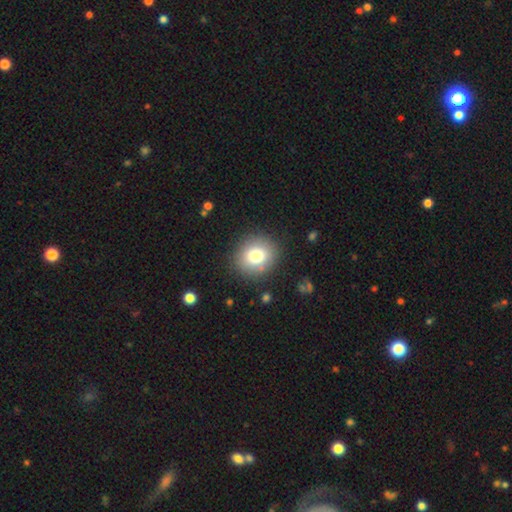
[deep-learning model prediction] A smooth galaxy with no disk features (78%) that is round (76%).

Vote fractions:
- Smooth or featured? smooth: 78% / featured or disk: 11% / star or artifact: 11%
- How rounded? round: 76% / in between: 23% / cigar-shaped: 1%
- Merging? none: 86% / minor disturbance: 9% / major disturbance: 3% / merger: 2%